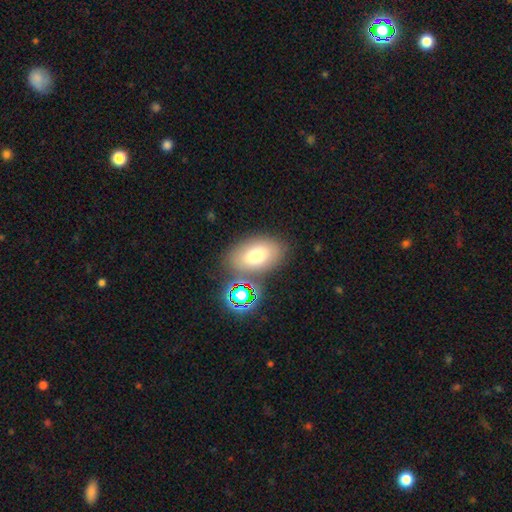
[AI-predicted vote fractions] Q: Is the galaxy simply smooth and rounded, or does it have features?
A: smooth — 72%.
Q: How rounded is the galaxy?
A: in between — 89%.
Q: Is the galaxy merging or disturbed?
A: none — 74%.